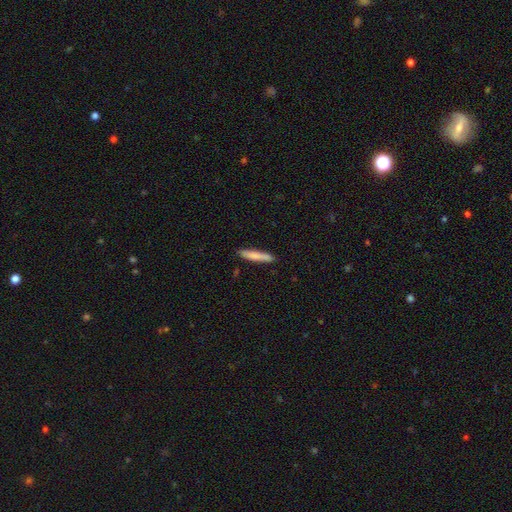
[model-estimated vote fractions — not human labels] smooth 79%, featured or disk 15%, star or artifact 6%. Down the decision tree: how rounded — cigar-shaped (92%); merging — none (86%).